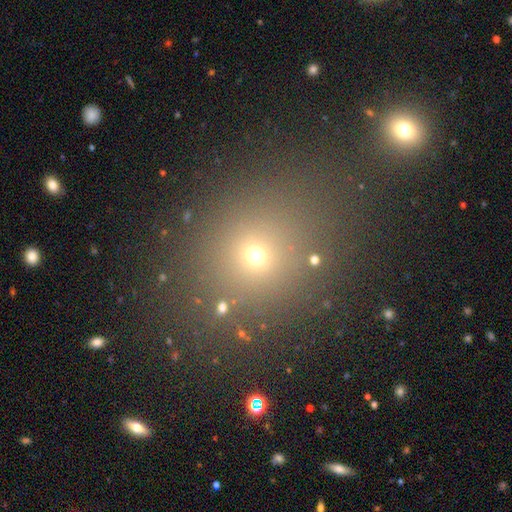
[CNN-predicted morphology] The model was most divided on "smooth or featured": smooth: 61%, star or artifact: 30%, featured or disk: 9%. More confident: merging — none (82%); how rounded — round (72%).